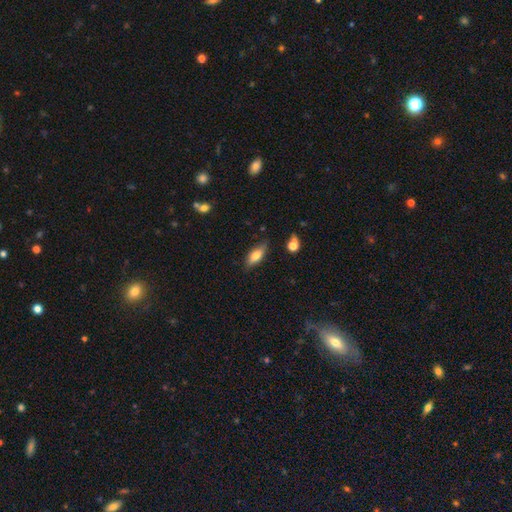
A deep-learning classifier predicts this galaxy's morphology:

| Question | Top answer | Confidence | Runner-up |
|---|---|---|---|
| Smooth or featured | smooth | 71% | featured or disk (21%) |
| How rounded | in between | 73% | cigar-shaped (24%) |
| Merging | none | 77% | minor disturbance (16%) |